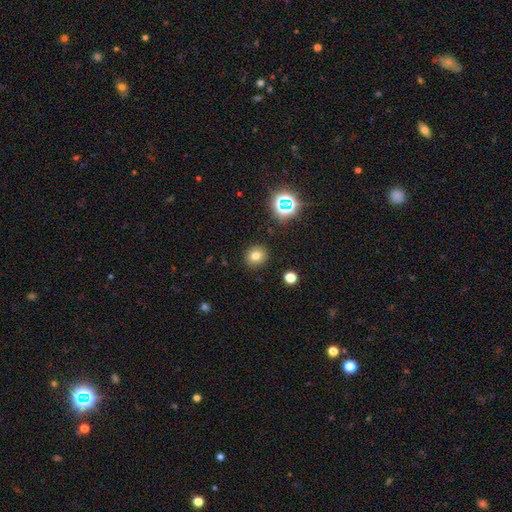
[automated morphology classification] A smooth galaxy with no disk features (74%) that is round (83%). Merging: none (89%).